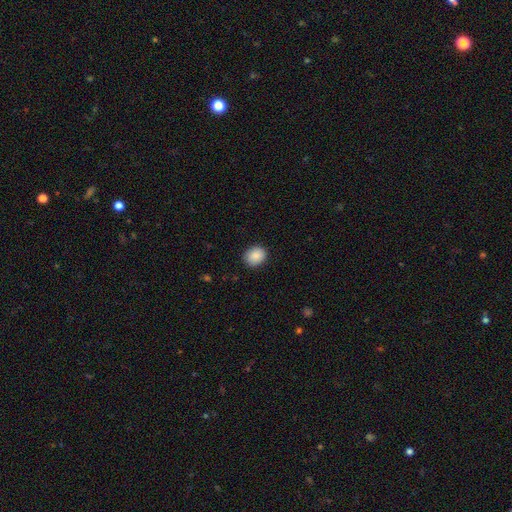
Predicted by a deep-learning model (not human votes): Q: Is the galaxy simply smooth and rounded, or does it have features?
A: smooth — 88%.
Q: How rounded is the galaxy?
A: round — 51%.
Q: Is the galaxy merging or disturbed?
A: none — 87%.